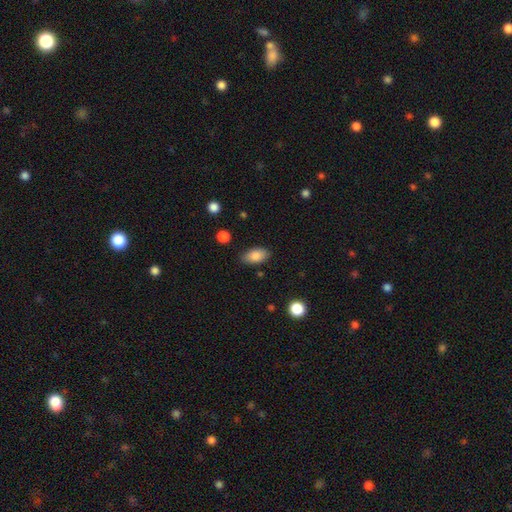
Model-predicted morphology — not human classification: A smooth galaxy with no disk features (86%) that is in between round and cigar-shaped (92%). Merging: none (83%).